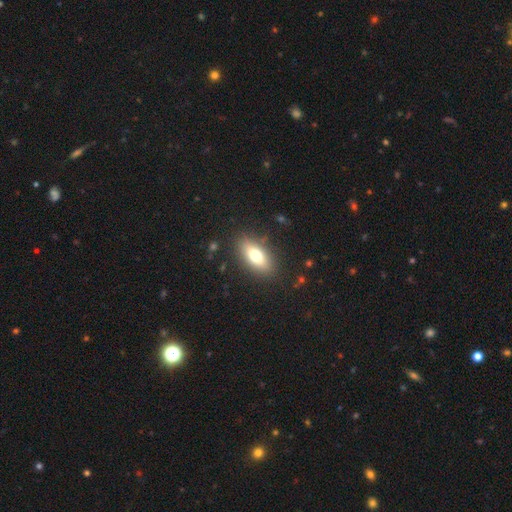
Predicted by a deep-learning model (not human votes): This is likely a smooth galaxy (72%). How rounded: clearly in between (83%). Merging: clearly none (85%).